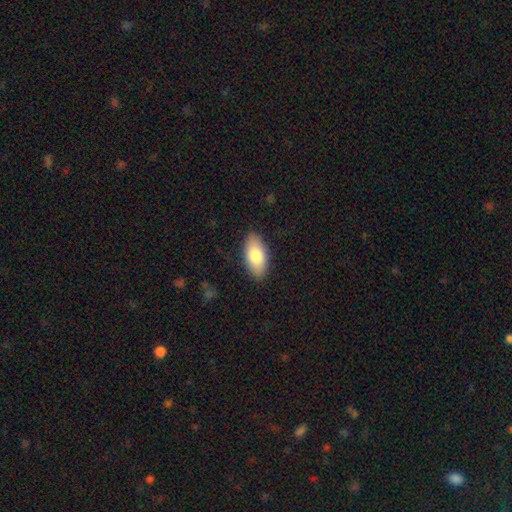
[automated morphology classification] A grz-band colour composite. It shows a smooth galaxy with no disk features (81%) that is in between round and cigar-shaped (92%). Merging: none (87%).